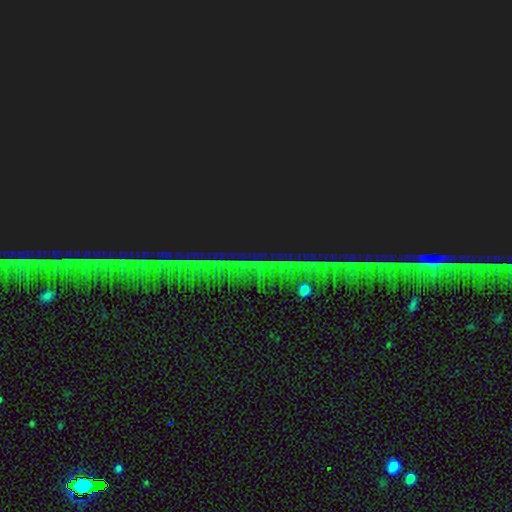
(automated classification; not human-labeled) The model was most divided on "smooth or featured": star or artifact: 85%, featured or disk: 8%, smooth: 8%.